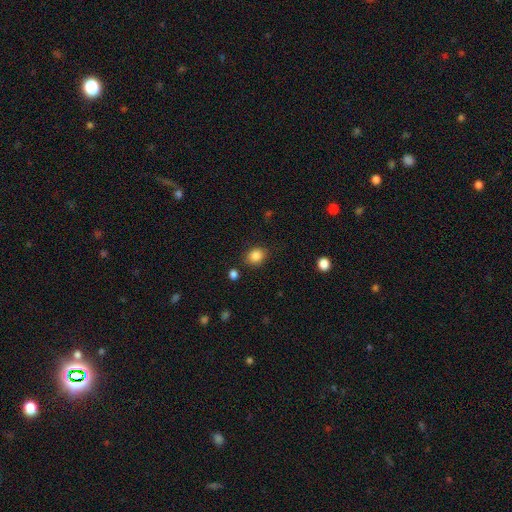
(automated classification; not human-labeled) Smooth or featured: smooth — 86% (star or artifact — 10%)
How rounded: round — 64% (in between — 35%)
Merging: none — 82% (minor disturbance — 12%)